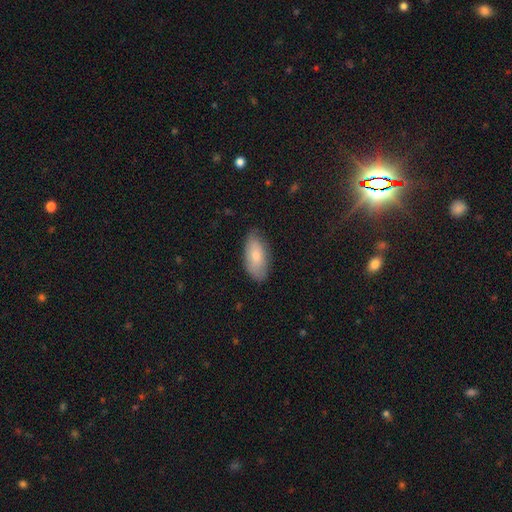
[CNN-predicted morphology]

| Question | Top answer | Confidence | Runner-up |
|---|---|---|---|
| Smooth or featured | smooth | 73% | featured or disk (21%) |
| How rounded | in between | 92% | cigar-shaped (6%) |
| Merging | none | 76% | minor disturbance (20%) |